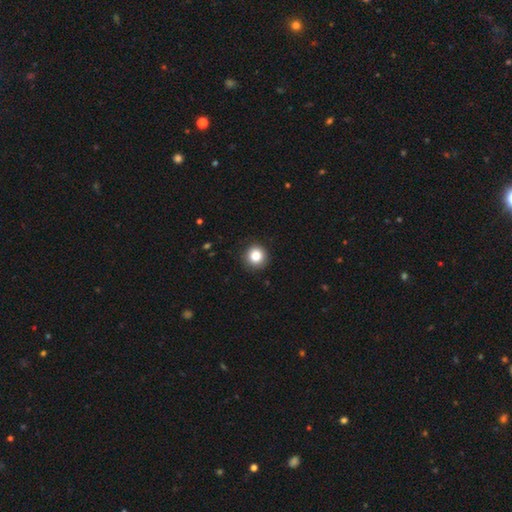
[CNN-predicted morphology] Smooth or featured?
  - smooth: 84% *
  - star or artifact: 10%
  - featured or disk: 6%
How rounded?
  - round: 94% *
  - in between: 5%
  - cigar-shaped: 1%
Merging?
  - none: 91% *
  - minor disturbance: 6%
  - major disturbance: 2%
  - merger: 1%